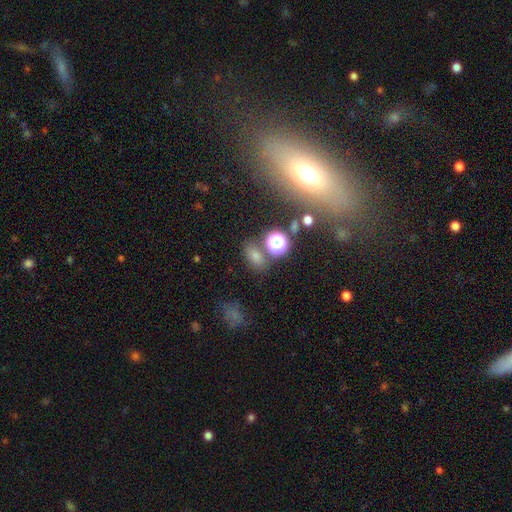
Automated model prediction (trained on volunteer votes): The model was most divided on "smooth or featured": smooth: 68%, star or artifact: 24%, featured or disk: 8%. More confident: how rounded — in between (77%); merging — none (71%).